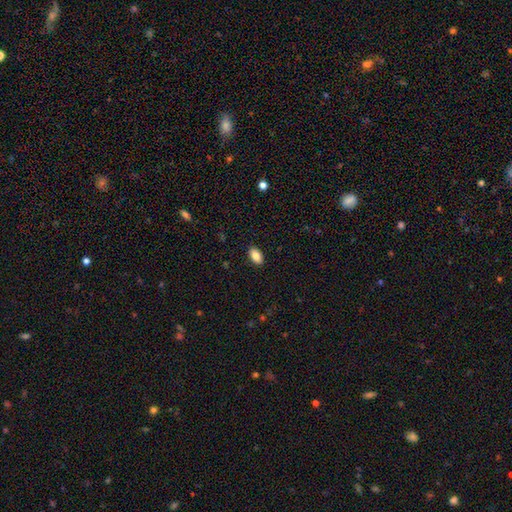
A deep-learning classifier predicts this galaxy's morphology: Overall: smooth (86%). How rounded: in between (93%). Merging: none (89%).